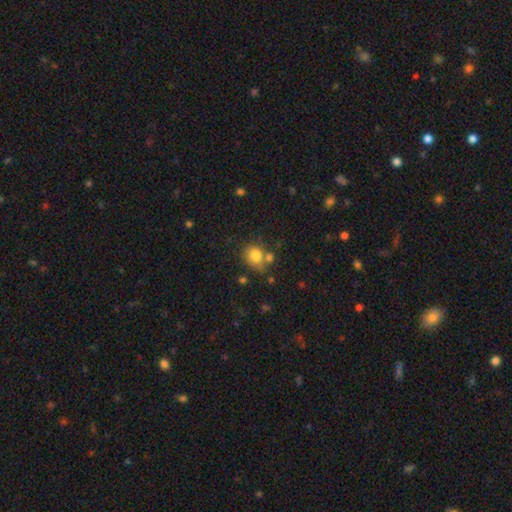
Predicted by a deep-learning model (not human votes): A smooth galaxy with no disk features (80%) that is round (58%).

Vote fractions:
- Smooth or featured? smooth: 80% / star or artifact: 10% / featured or disk: 10%
- How rounded? round: 58% / in between: 41% / cigar-shaped: 1%
- Merging? none: 56% / merger: 21% / minor disturbance: 18% / major disturbance: 6%